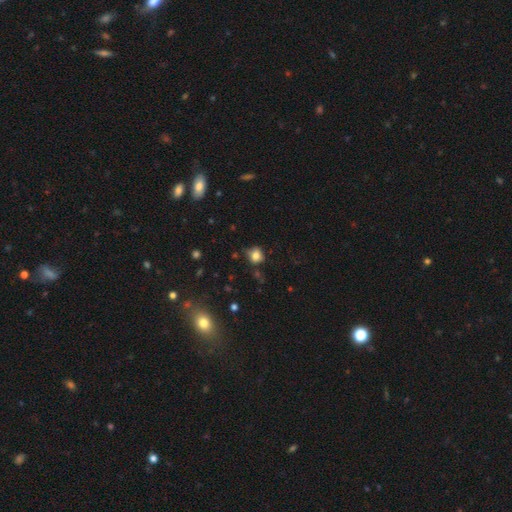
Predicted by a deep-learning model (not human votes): smooth 78%, star or artifact 13%, featured or disk 9%. Down the decision tree: how rounded — round (71%); merging — none (65%).